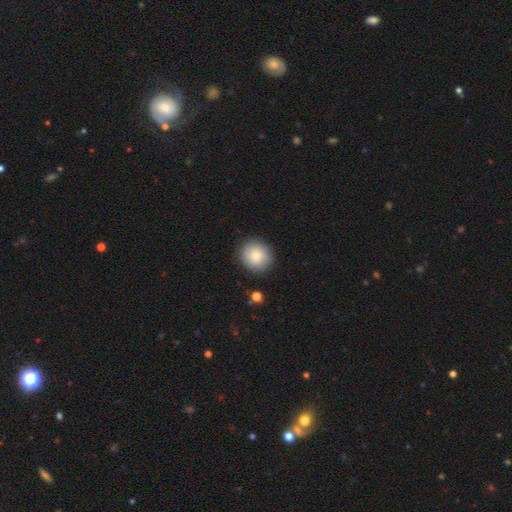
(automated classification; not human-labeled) The model was most divided on "how rounded": round: 86%, in between: 13%, cigar-shaped: 1%. More confident: merging — none (89%); smooth or featured — smooth (85%).